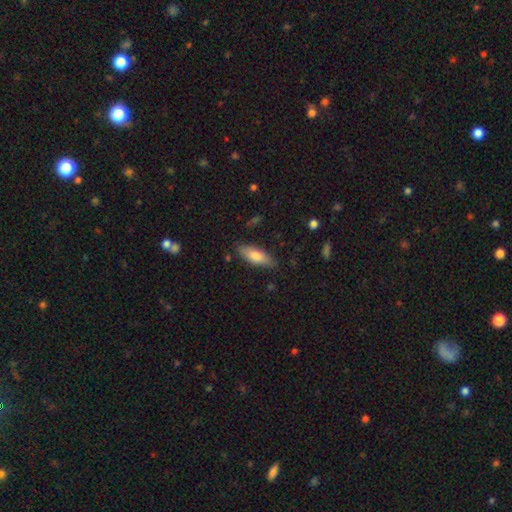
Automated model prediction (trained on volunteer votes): smooth_or_featured: smooth (p=0.77) [alt: featured or disk p=0.17]
how_rounded: in between (p=0.64) [alt: cigar-shaped p=0.35]
merging: none (p=0.81) [alt: minor disturbance p=0.14]